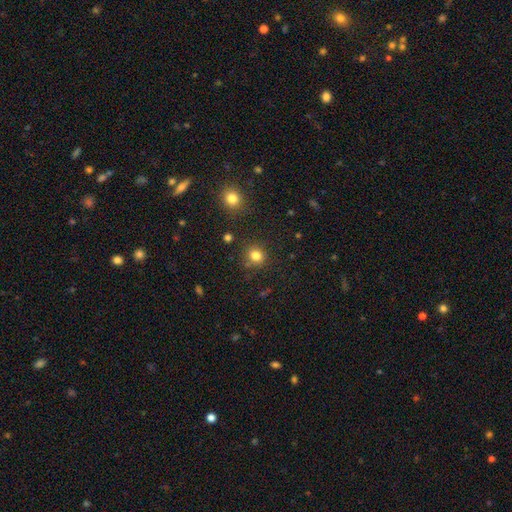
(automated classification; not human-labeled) Smooth or featured? smooth (81%)
How rounded? round (86%)
Merging? none (83%)